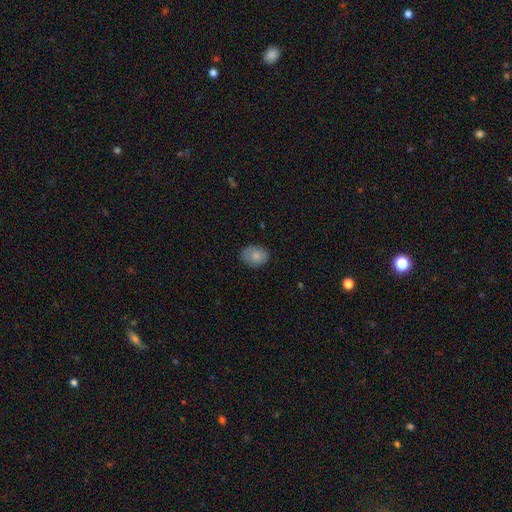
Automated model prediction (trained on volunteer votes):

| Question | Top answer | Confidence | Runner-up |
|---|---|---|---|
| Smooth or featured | smooth | 83% | featured or disk (10%) |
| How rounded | in between | 71% | round (28%) |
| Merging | none | 79% | minor disturbance (16%) |